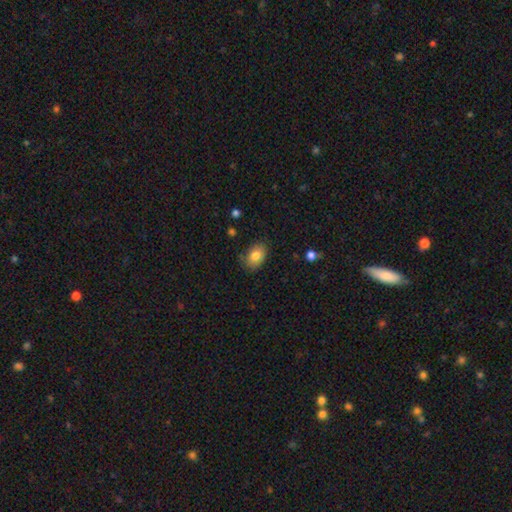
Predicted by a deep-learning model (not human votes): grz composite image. It shows a smooth galaxy with no disk features (81%) that is in between round and cigar-shaped (81%). Merging: none (80%).